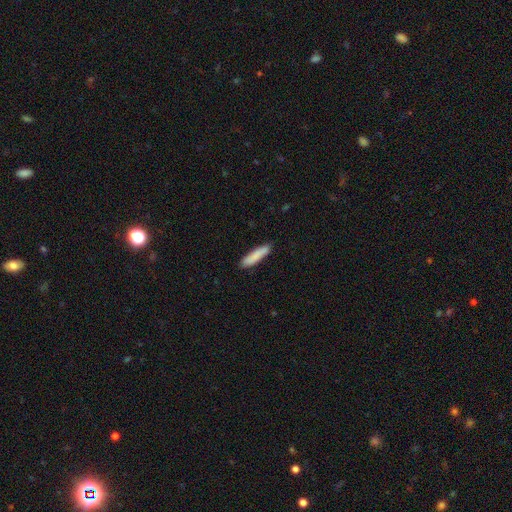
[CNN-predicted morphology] Smooth or featured? smooth (84%)
How rounded? cigar-shaped (81%)
Merging? none (85%)